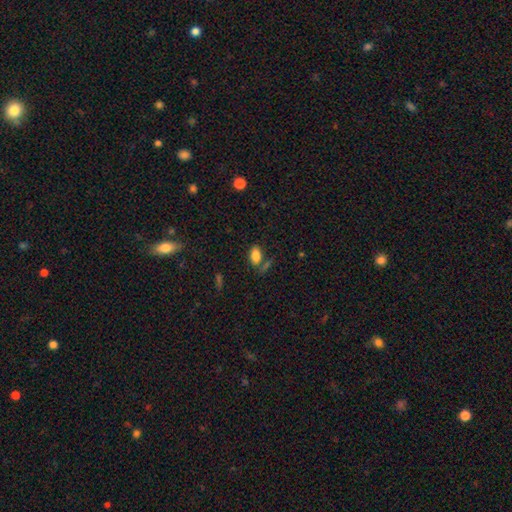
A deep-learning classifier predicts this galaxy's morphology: smooth 83%, star or artifact 10%, featured or disk 7%. Down the decision tree: how rounded — in between (92%); merging — none (67%).